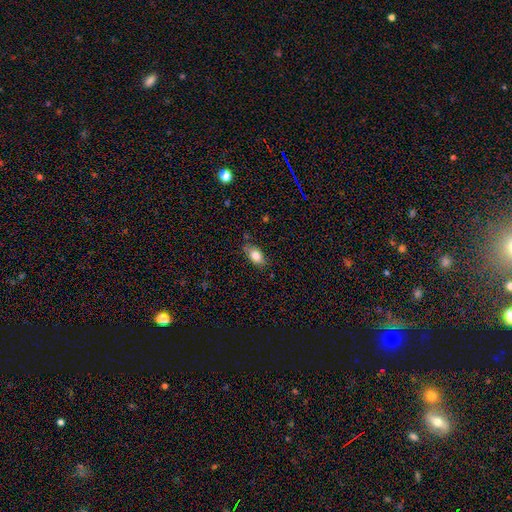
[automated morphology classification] type=smooth (81%); roundness=in between (86%); merging=none (75%).